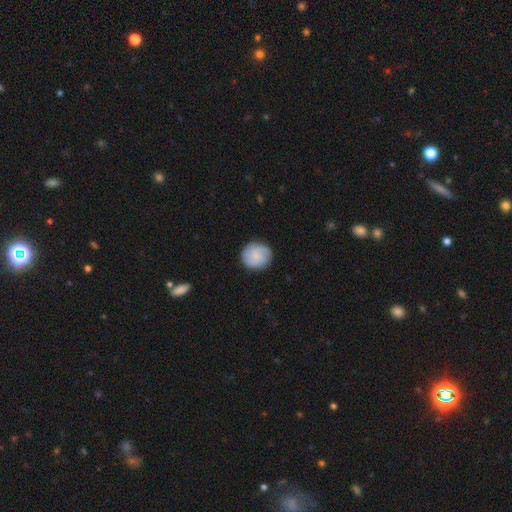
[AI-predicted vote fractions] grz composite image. It shows a smooth galaxy with no disk features (59%) that is round (85%). Merging: none (87%).